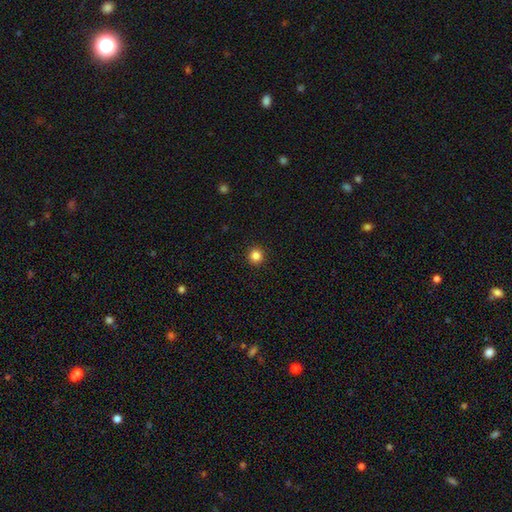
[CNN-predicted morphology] smooth_or_featured: smooth (p=0.85) [alt: star or artifact p=0.12]
how_rounded: round (p=0.96) [alt: in between p=0.03]
merging: none (p=0.93) [alt: minor disturbance p=0.04]